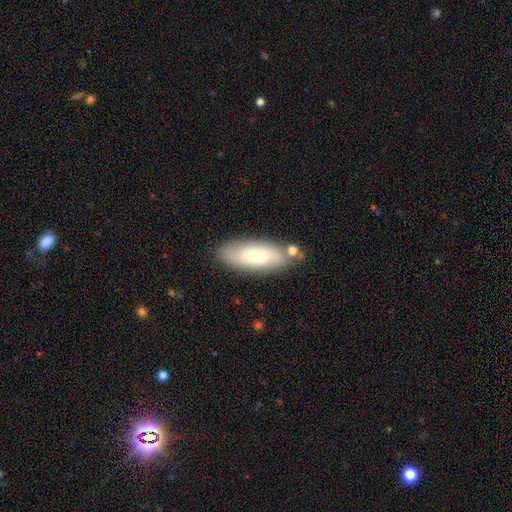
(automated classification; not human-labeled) smooth_or_featured: smooth (p=0.67) [alt: featured or disk p=0.26]
how_rounded: in between (p=0.69) [alt: cigar-shaped p=0.29]
merging: none (p=0.75) [alt: minor disturbance p=0.15]